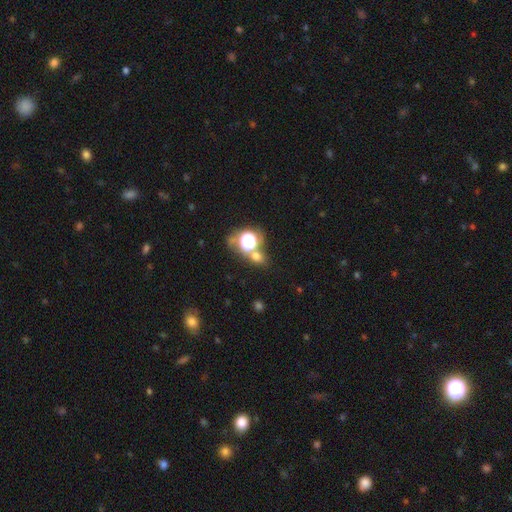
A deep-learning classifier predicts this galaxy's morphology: A smooth galaxy with no disk features (57%) that is round (69%).

Vote fractions:
- Smooth or featured? smooth: 57% / star or artifact: 34% / featured or disk: 9%
- How rounded? round: 69% / in between: 29% / cigar-shaped: 2%
- Merging? none: 61% / merger: 24% / minor disturbance: 10% / major disturbance: 5%